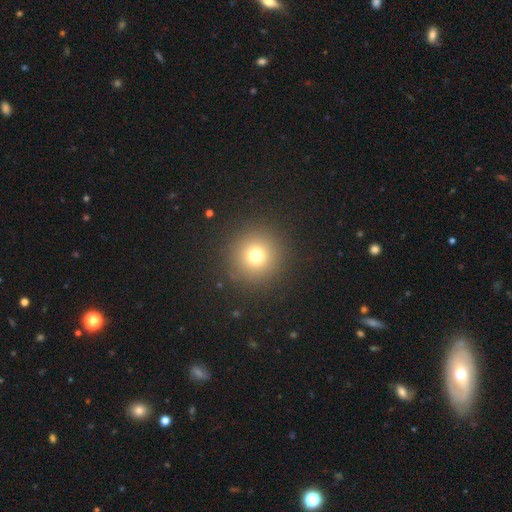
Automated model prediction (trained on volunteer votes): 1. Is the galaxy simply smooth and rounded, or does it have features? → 73% smooth, 18% star or artifact, 9% featured or disk.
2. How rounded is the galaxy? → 96% round, 4% in between, 1% cigar-shaped.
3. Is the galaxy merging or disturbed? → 90% none, 5% minor disturbance, 3% major disturbance, 1% merger.